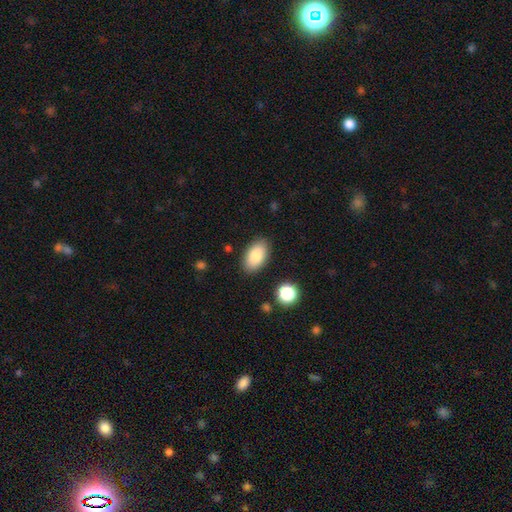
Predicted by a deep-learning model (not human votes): Smooth or featured? Predicted: smooth (p=0.85). How rounded? Predicted: in between (p=0.94). Merging? Predicted: none (p=0.86).